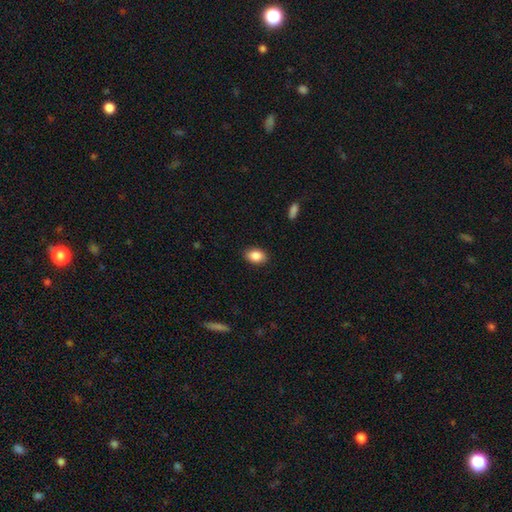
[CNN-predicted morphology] Smooth or featured? smooth (87%)
How rounded? in between (84%)
Merging? none (89%)